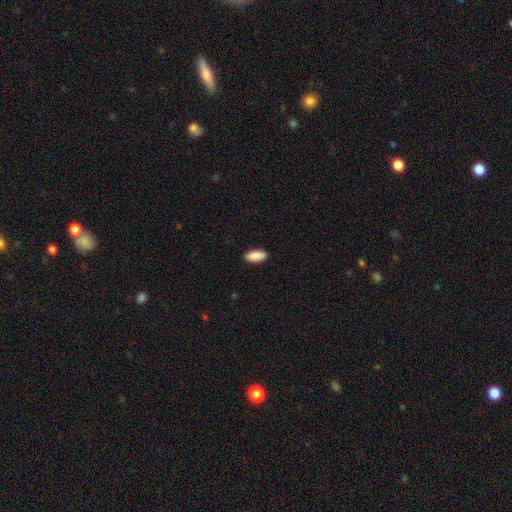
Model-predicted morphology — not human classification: A smooth galaxy with no disk features (91%) that is in between round and cigar-shaped (89%). Merging: none (90%).